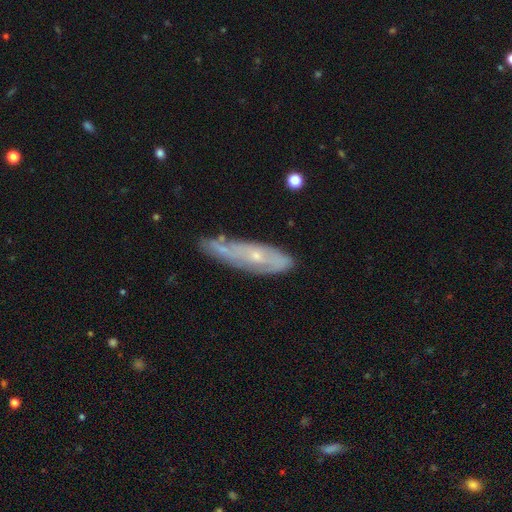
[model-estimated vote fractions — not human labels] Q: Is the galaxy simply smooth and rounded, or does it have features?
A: featured or disk — 64%.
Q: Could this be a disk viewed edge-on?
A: no — 66%.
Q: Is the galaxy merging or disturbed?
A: none — 59%.